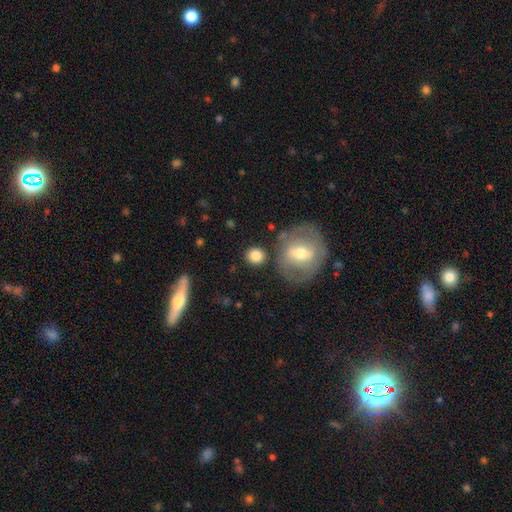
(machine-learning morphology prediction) Q: Smooth or featured?
A: smooth (81%); runner-up: featured or disk (11%)
Q: How rounded?
A: round (88%); runner-up: in between (11%)
Q: Merging?
A: none (80%); runner-up: minor disturbance (9%)